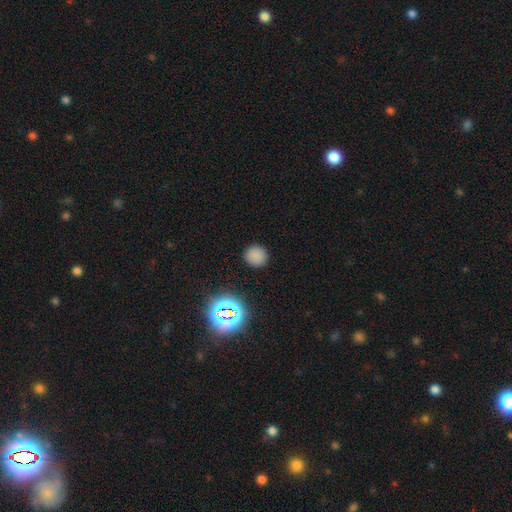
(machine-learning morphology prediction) smooth-or-featured: smooth: 79% | star or artifact: 17% | featured or disk: 4%
  how-rounded: round: 91% | in between: 8% | cigar-shaped: 1%
  merging: none: 90% | minor disturbance: 7% | major disturbance: 2% | merger: 1%